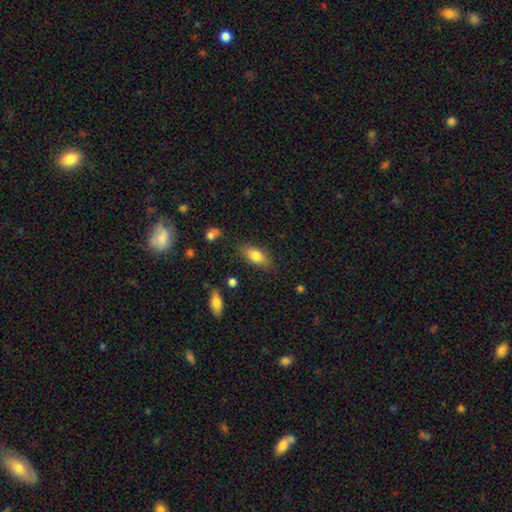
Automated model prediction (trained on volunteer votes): smooth-or-featured: smooth: 79% | featured or disk: 13% | star or artifact: 8%
  how-rounded: in between: 85% | cigar-shaped: 11% | round: 4%
  merging: none: 79% | minor disturbance: 15% | major disturbance: 4% | merger: 2%